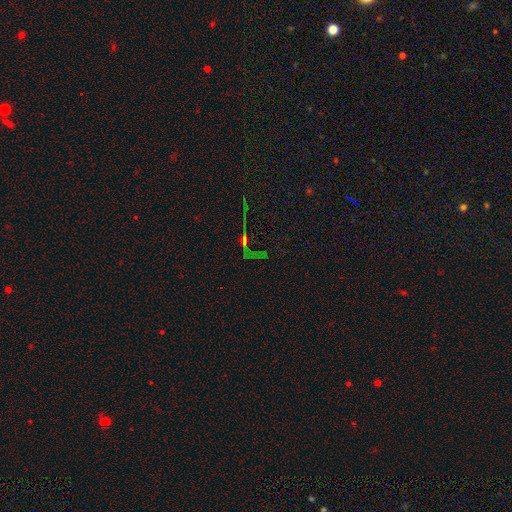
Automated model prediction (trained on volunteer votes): This is likely a star or artifact rather than a galaxy (62%).